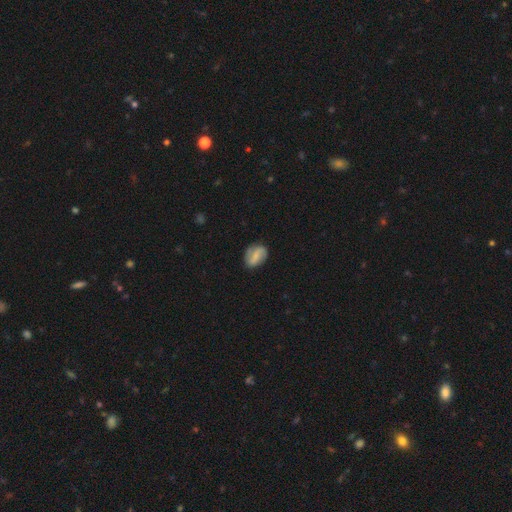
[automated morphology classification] smooth 47%, featured or disk 45%, star or artifact 8%. Down the decision tree: merging — none (75%).